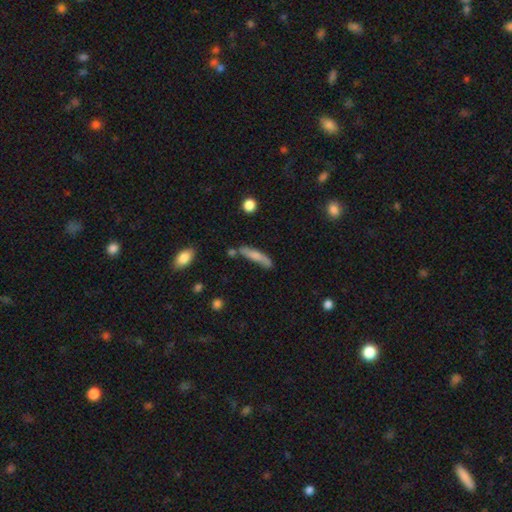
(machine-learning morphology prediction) The model was most divided on "smooth or featured": smooth: 67%, featured or disk: 27%, star or artifact: 7%. More confident: how rounded — cigar-shaped (82%); merging — none (63%).